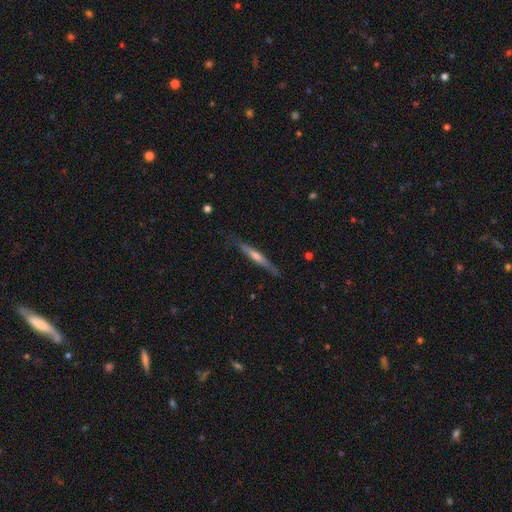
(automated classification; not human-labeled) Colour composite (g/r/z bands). It shows a featured or disk galaxy (66%) viewed edge-on (96%) with a rounded central bulge (65%). Merging: none (82%).